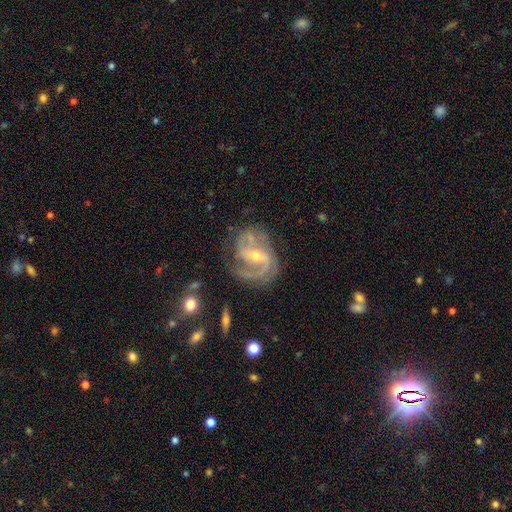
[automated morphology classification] Overall: featured or disk (90%). Edge-on disk: no (98%). Bar: weak (45%; strong 32%). Spiral arms: yes (97%). Spiral arm count: 2 (67%). Spiral winding: medium (53%; tight 24%). Bulge size: small (60%; moderate 37%). Merging: none (63%).